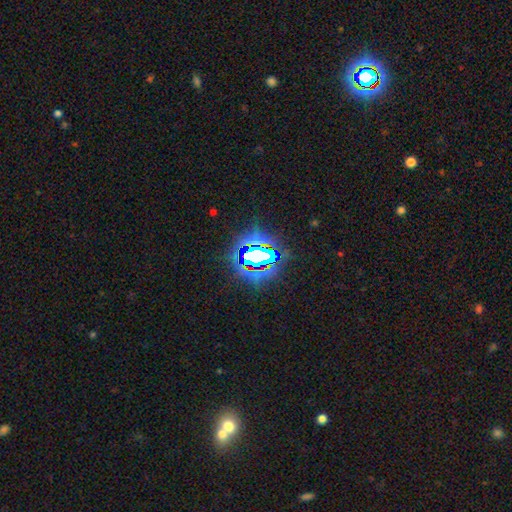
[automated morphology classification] type=star or artifact (71%).